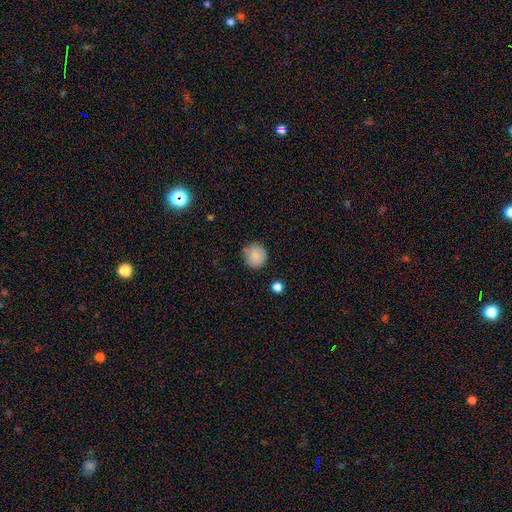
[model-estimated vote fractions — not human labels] Q: Smooth or featured?
A: smooth (85%); runner-up: star or artifact (8%)
Q: How rounded?
A: round (92%); runner-up: in between (7%)
Q: Merging?
A: none (81%); runner-up: minor disturbance (14%)